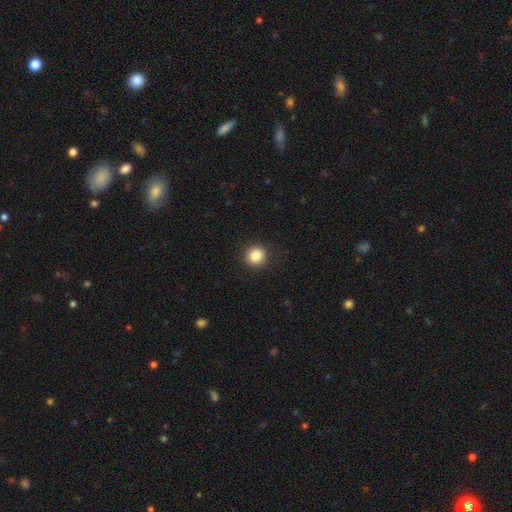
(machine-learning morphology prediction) This is clearly a smooth galaxy (85%). How rounded: clearly round (92%). Merging: clearly none (91%).